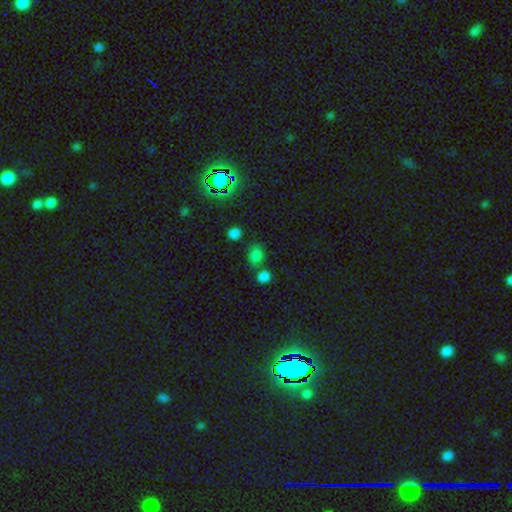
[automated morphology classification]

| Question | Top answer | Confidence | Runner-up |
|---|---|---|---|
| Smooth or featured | smooth | 73% | star or artifact (21%) |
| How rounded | in between | 52% | round (46%) |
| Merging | none | 64% | merger (17%) |